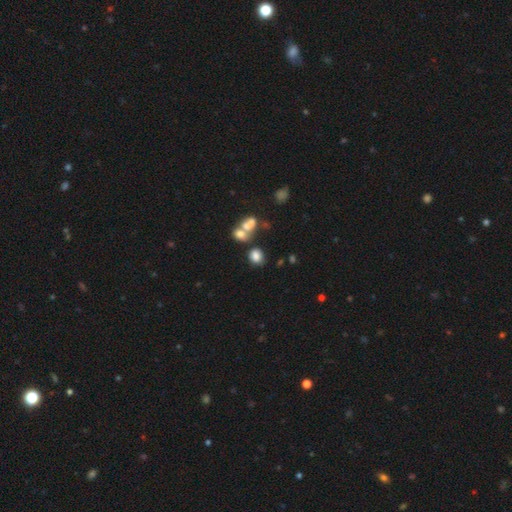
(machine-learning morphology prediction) This appears to be a smooth galaxy with no disk features (78%) that is round (54%). Merging: none (56%).